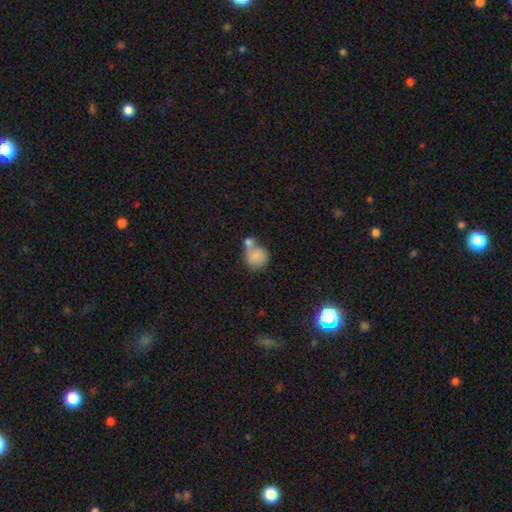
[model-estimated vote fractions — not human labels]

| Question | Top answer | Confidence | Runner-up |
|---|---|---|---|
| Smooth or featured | smooth | 79% | featured or disk (12%) |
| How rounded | round | 75% | in between (24%) |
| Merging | merger | 54% | none (27%) |